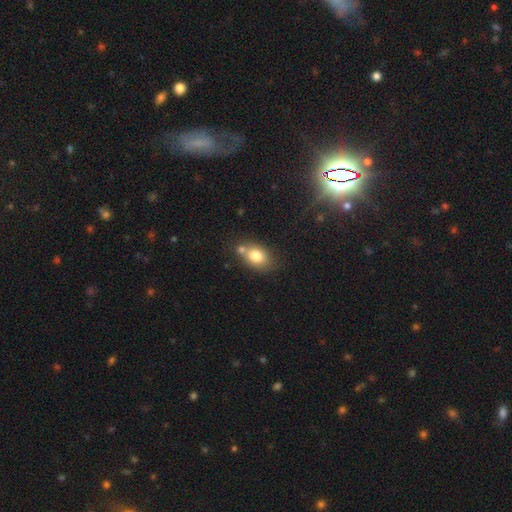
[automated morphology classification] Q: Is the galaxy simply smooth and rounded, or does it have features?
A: smooth — 78%.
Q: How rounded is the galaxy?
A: in between — 72%.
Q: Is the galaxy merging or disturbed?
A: none — 52%.